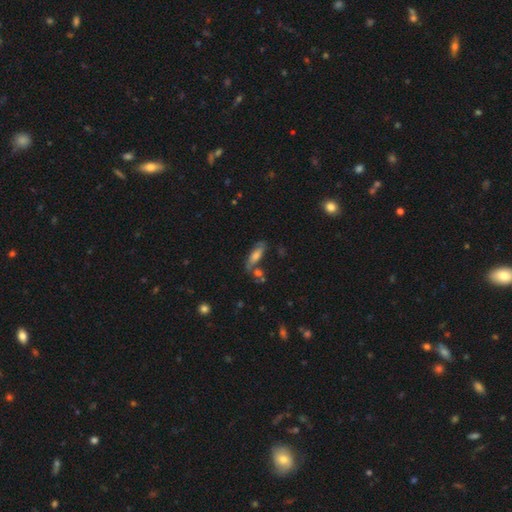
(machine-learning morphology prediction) A smooth galaxy with no disk features (54%) that is in between round and cigar-shaped (55%).

Vote fractions:
- Smooth or featured? smooth: 54% / featured or disk: 35% / star or artifact: 11%
- How rounded? in between: 55% / cigar-shaped: 42% / round: 3%
- Merging? none: 53% / minor disturbance: 20% / merger: 18% / major disturbance: 10%